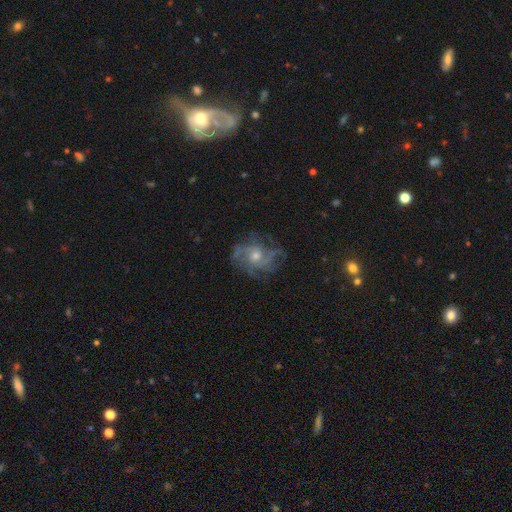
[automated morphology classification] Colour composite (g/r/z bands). It shows a featured or disk galaxy (77%) with no bar (76%), medium (45%) spiral arms (91%) and a moderate central bulge (49%). Merging: none (71%).